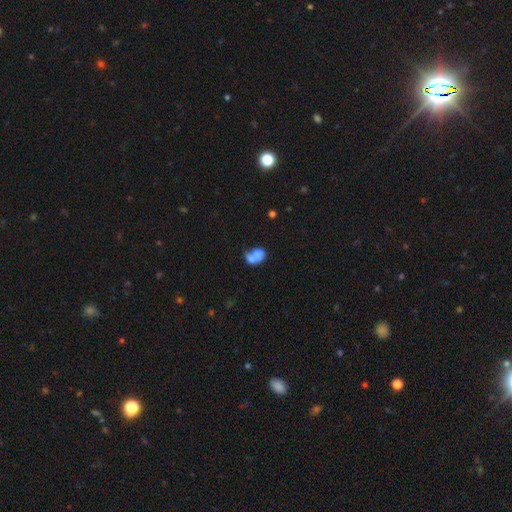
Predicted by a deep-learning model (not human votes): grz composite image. It shows a smooth galaxy with no disk features (66%) that is in between round and cigar-shaped (60%). Merging: merger (68%).